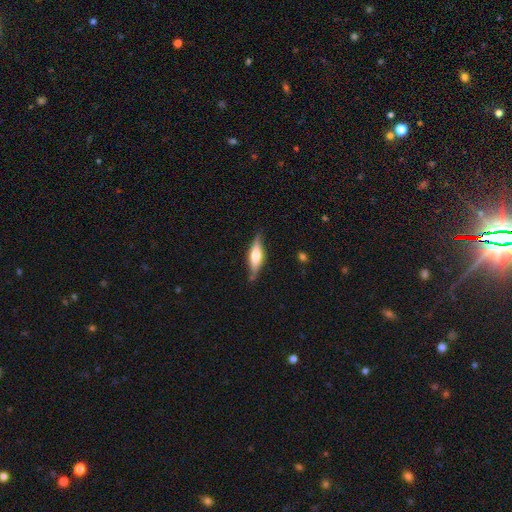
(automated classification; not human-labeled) A featured or disk galaxy (57%) viewed edge-on (92%) with a rounded central bulge (77%). Merging: none (79%).